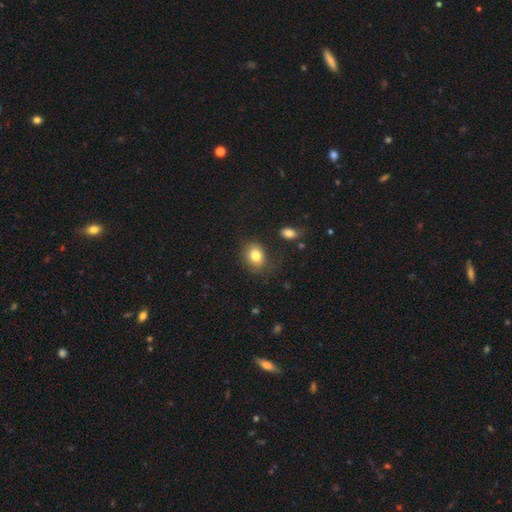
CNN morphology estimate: Smooth or featured?
  - smooth: 81% *
  - star or artifact: 10%
  - featured or disk: 9%
How rounded?
  - in between: 57% *
  - round: 42%
  - cigar-shaped: 1%
Merging?
  - none: 77% *
  - minor disturbance: 15%
  - major disturbance: 5%
  - merger: 3%